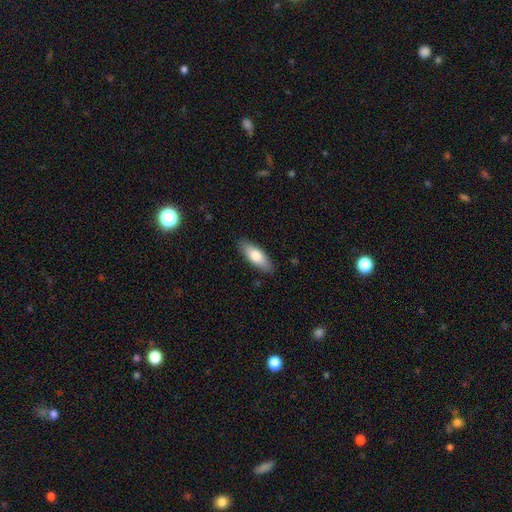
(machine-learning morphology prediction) Smooth or featured?
  - smooth: 76% *
  - featured or disk: 18%
  - star or artifact: 6%
How rounded?
  - in between: 70% *
  - cigar-shaped: 28%
  - round: 2%
Merging?
  - none: 87% *
  - minor disturbance: 10%
  - major disturbance: 2%
  - merger: 1%